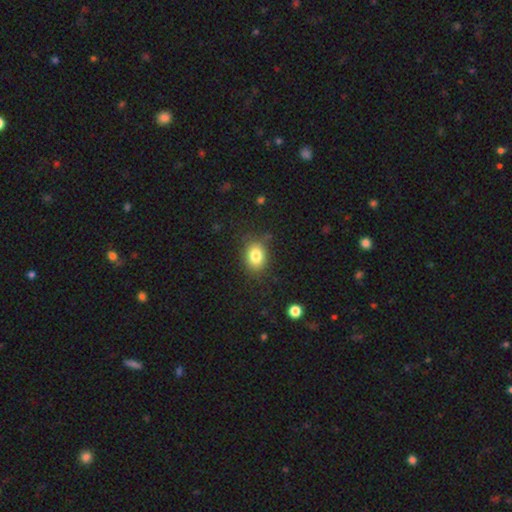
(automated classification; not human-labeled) This is clearly a smooth galaxy (81%). How rounded: possibly in between (59%). Merging: likely none (78%).